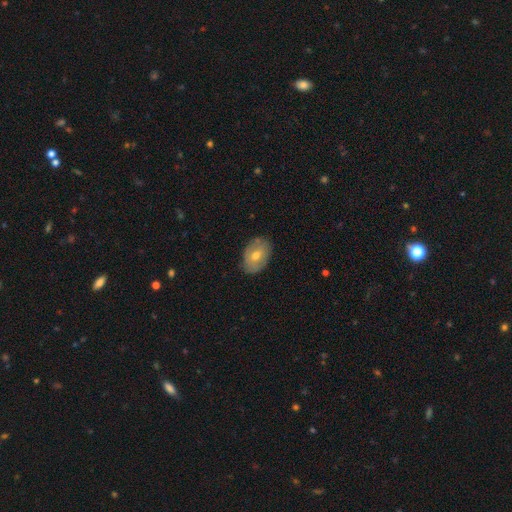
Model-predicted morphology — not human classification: Smooth or featured?
  - smooth: 52% *
  - featured or disk: 41%
  - star or artifact: 8%
How rounded?
  - in between: 79% *
  - round: 20%
  - cigar-shaped: 1%
Merging?
  - none: 82% *
  - minor disturbance: 14%
  - major disturbance: 3%
  - merger: 1%